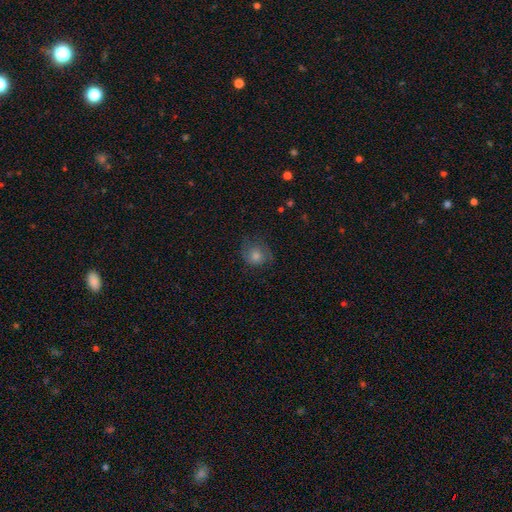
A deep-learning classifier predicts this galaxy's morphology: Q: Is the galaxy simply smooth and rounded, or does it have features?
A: smooth — 48%.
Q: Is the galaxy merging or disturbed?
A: none — 70%.